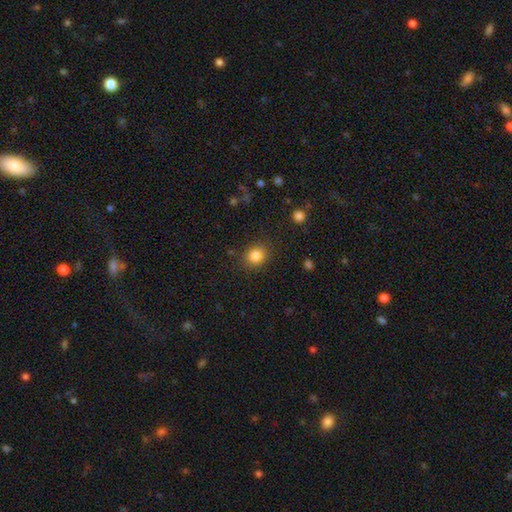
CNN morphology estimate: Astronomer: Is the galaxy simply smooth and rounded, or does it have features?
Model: smooth — 85%.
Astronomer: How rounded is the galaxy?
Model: round — 76%.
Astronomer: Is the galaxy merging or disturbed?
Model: none — 86%.